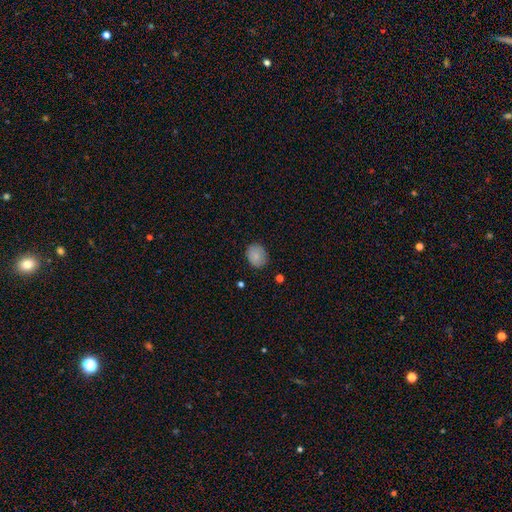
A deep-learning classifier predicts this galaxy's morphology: smooth-or-featured: smooth: 86% | star or artifact: 8% | featured or disk: 6%
  how-rounded: round: 57% | in between: 42% | cigar-shaped: 1%
  merging: none: 83% | minor disturbance: 13% | major disturbance: 3% | merger: 1%